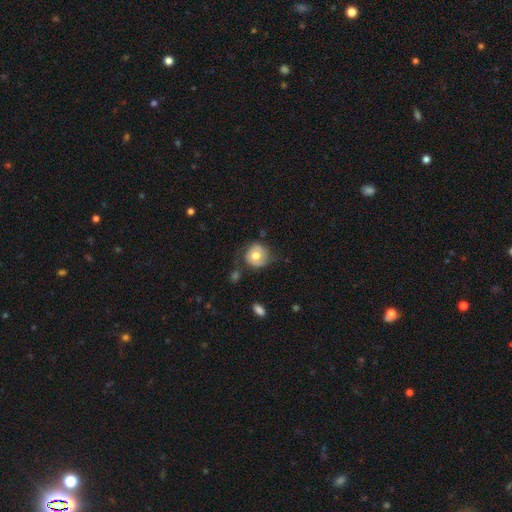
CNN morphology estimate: Overall: smooth (62%; featured or disk 30%). How rounded: round (87%). Merging: none (59%; minor disturbance 25%).